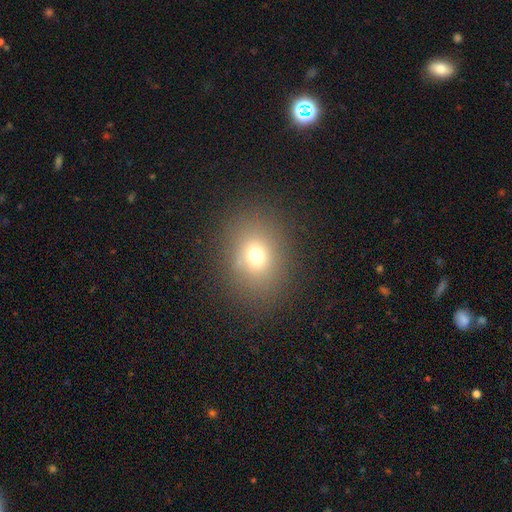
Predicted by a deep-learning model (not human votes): smooth 69%, star or artifact 18%, featured or disk 13%. Down the decision tree: how rounded — round (57%); merging — none (83%).